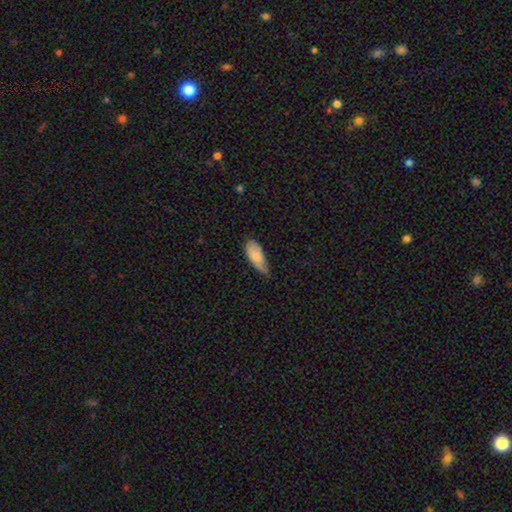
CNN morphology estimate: This is clearly a smooth galaxy (84%). How rounded: clearly in between (81%). Merging: possibly none (49%).